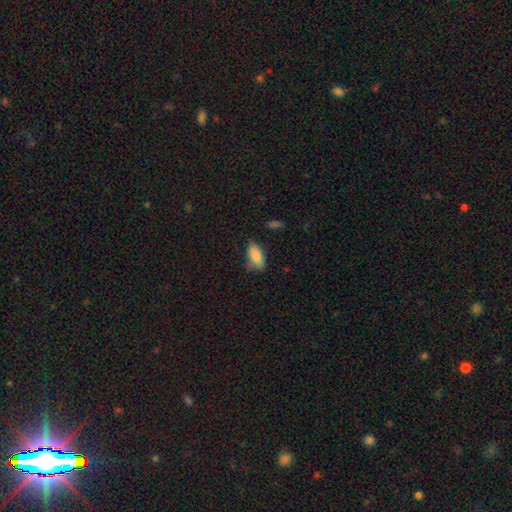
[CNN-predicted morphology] Smooth or featured: smooth — 86% (featured or disk — 7%)
How rounded: in between — 89% (cigar-shaped — 8%)
Merging: none — 64% (minor disturbance — 27%)